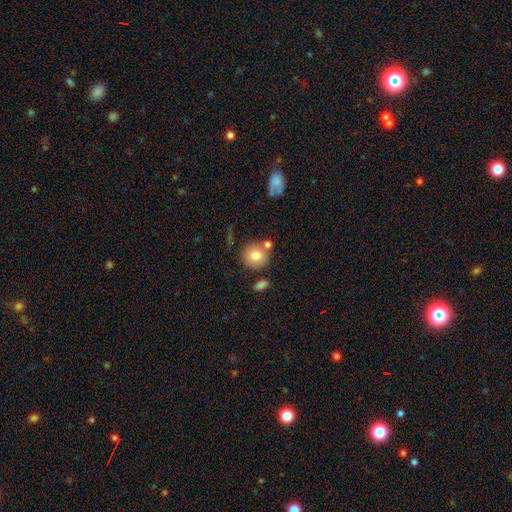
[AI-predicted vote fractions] A smooth galaxy with no disk features (79%) that is round (89%). Merging: none (69%).